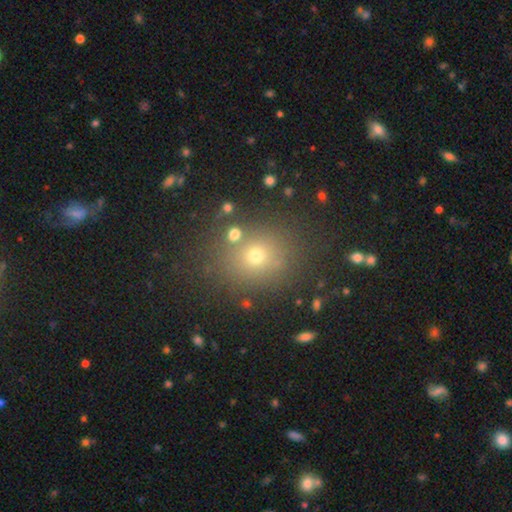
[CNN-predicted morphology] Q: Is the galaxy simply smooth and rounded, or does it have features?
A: smooth — 63%.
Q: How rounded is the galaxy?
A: round — 78%.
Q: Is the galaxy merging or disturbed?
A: none — 82%.